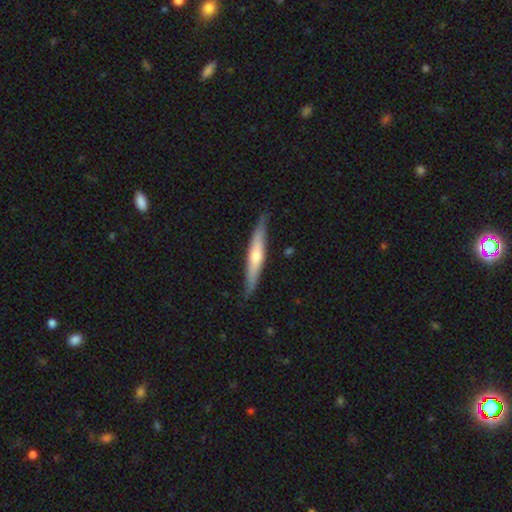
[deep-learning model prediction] Q: Smooth or featured?
A: featured or disk (54%); runner-up: smooth (40%)
Q: Edge-on disk?
A: yes (92%); runner-up: no (8%)
Q: Merging?
A: none (84%); runner-up: minor disturbance (13%)